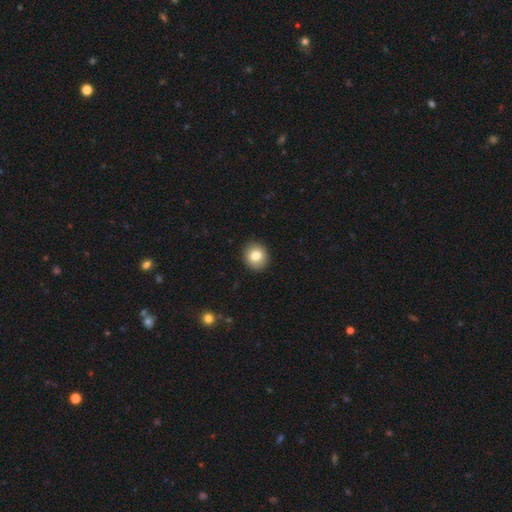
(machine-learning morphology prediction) The model was most divided on "how rounded": round: 75%, in between: 24%, cigar-shaped: 1%. More confident: merging — none (91%); smooth or featured — smooth (82%).